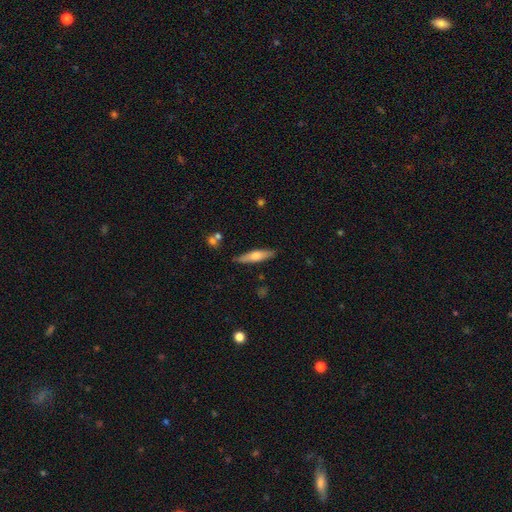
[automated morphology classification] Q: Smooth or featured?
A: smooth (55%); runner-up: featured or disk (39%)
Q: How rounded?
A: cigar-shaped (77%); runner-up: in between (21%)
Q: Merging?
A: none (85%); runner-up: minor disturbance (11%)